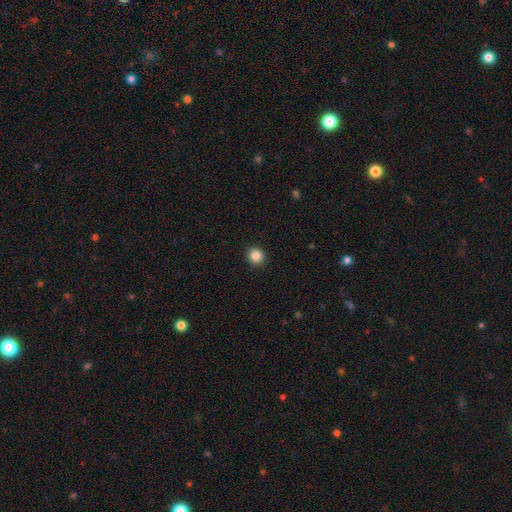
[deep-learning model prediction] Smooth or featured? smooth (86%)
How rounded? round (92%)
Merging? none (93%)